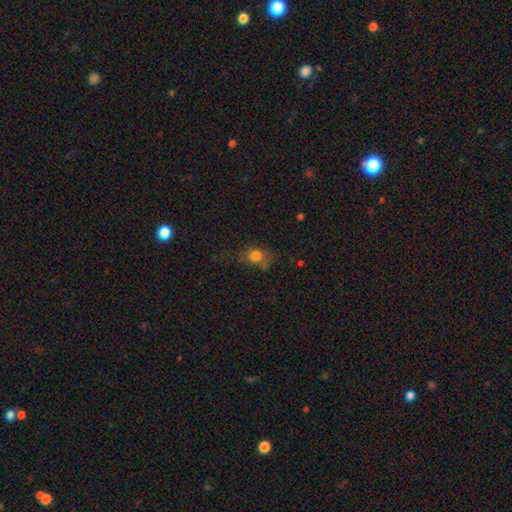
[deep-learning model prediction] Smooth or featured?
  - smooth: 76% *
  - star or artifact: 13%
  - featured or disk: 12%
How rounded?
  - in between: 51% *
  - round: 46%
  - cigar-shaped: 3%
Merging?
  - none: 47% *
  - minor disturbance: 30%
  - major disturbance: 18%
  - merger: 4%